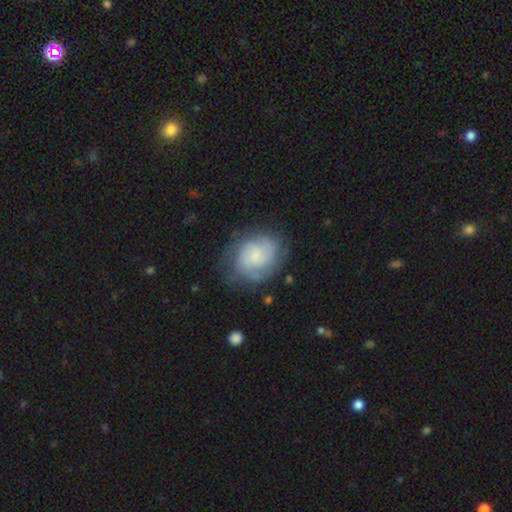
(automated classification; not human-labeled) Smooth or featured? featured or disk (56%)
Edge-on disk? no (98%)
Bar? no (71%)
Spiral arms? yes (86%)
Bulge size? small (57%)
Merging? none (68%)